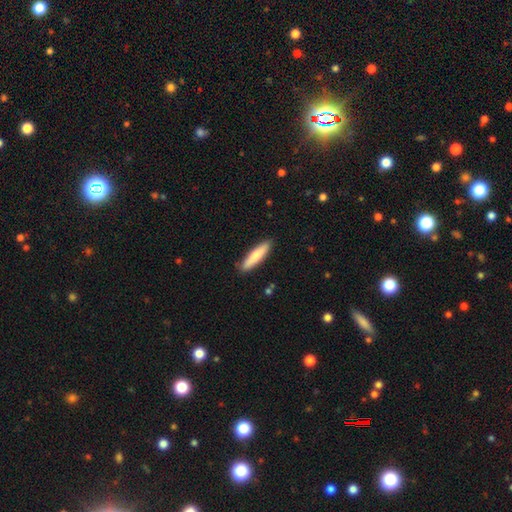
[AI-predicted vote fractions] Smooth or featured?
  - smooth: 76% *
  - featured or disk: 19%
  - star or artifact: 5%
How rounded?
  - cigar-shaped: 82% *
  - in between: 17%
  - round: 1%
Merging?
  - none: 89% *
  - minor disturbance: 8%
  - major disturbance: 2%
  - merger: 1%